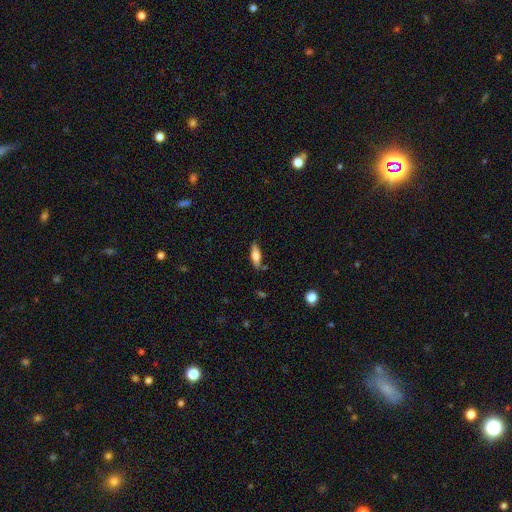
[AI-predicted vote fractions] smooth 65%, featured or disk 28%, star or artifact 7%. Down the decision tree: how rounded — in between (51%); merging — none (81%).